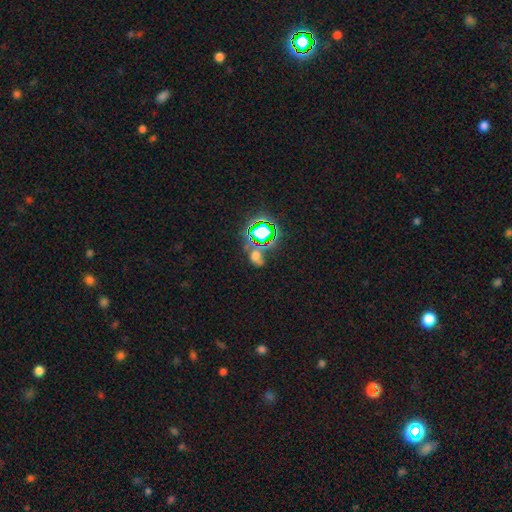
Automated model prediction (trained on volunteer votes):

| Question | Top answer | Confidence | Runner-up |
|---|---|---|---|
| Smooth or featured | star or artifact | 48% | smooth (38%) |